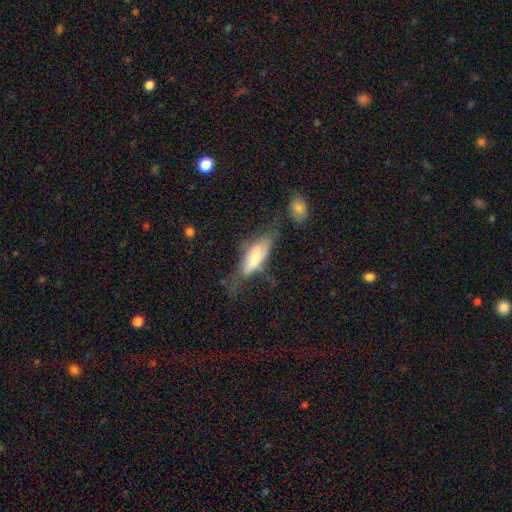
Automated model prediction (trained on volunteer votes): Overall: smooth (55%; featured or disk 37%). How rounded: in between (53%; cigar-shaped 45%). Merging: none (43%; minor disturbance 28%).